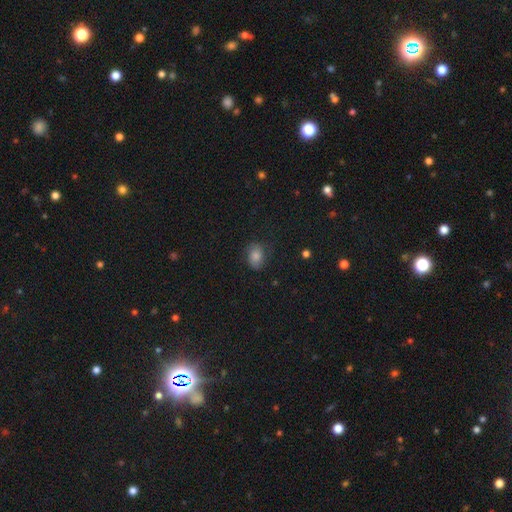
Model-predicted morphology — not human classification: This appears to be a smooth galaxy with no disk features (70%) that is in between round and cigar-shaped (71%). Merging: none (72%).